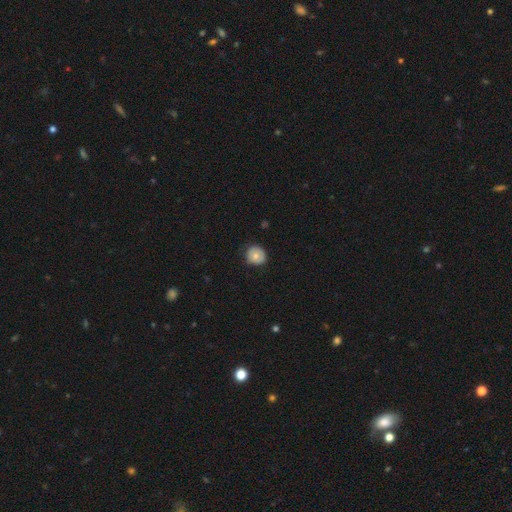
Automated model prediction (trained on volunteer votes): Smooth or featured? smooth (71%)
How rounded? round (89%)
Merging? none (77%)